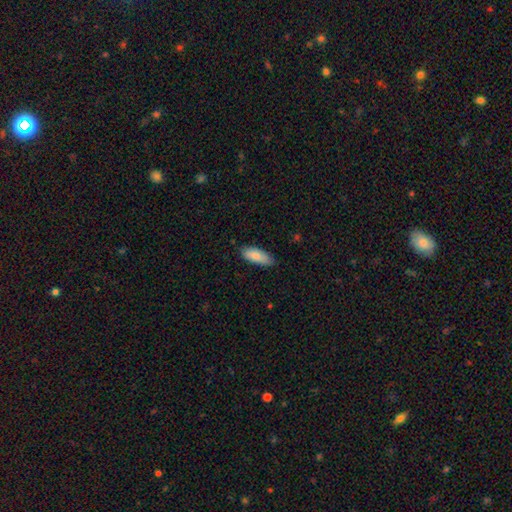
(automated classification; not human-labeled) A smooth galaxy with no disk features (84%) that is in between round and cigar-shaped (78%). Merging: none (78%).